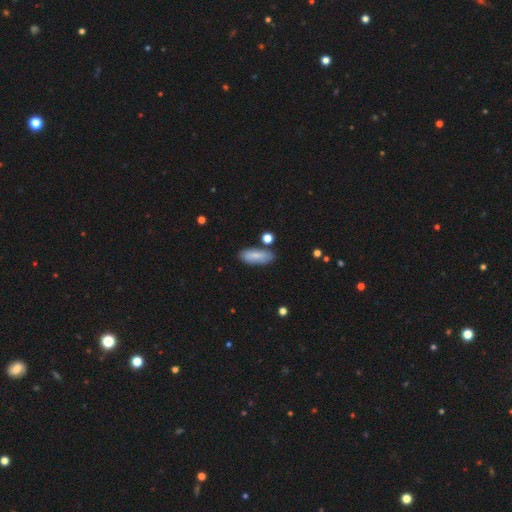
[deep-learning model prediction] Smooth or featured? Predicted: smooth (p=0.77). How rounded? Predicted: in between (p=0.72). Merging? Predicted: none (p=0.76).